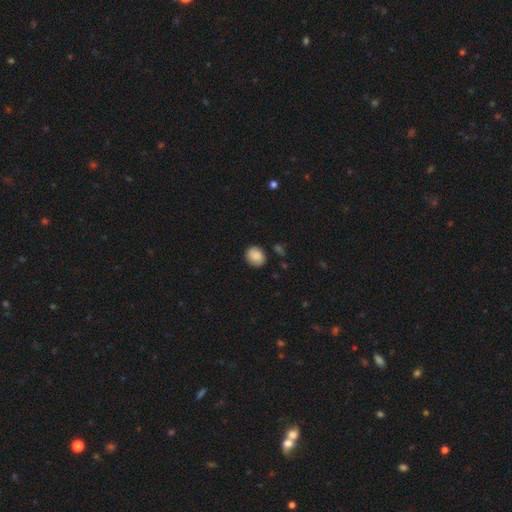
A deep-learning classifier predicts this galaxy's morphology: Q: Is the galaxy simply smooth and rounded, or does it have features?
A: smooth — 88%.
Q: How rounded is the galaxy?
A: round — 60%.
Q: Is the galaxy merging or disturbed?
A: none — 84%.